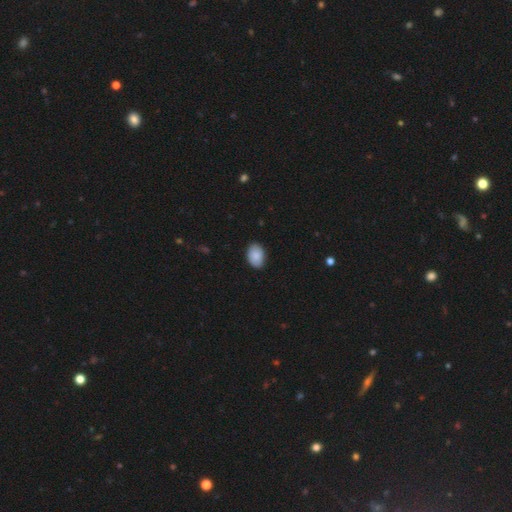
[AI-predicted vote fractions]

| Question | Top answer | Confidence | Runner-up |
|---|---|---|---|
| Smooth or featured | smooth | 88% | star or artifact (6%) |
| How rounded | in between | 88% | round (11%) |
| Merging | none | 88% | minor disturbance (10%) |